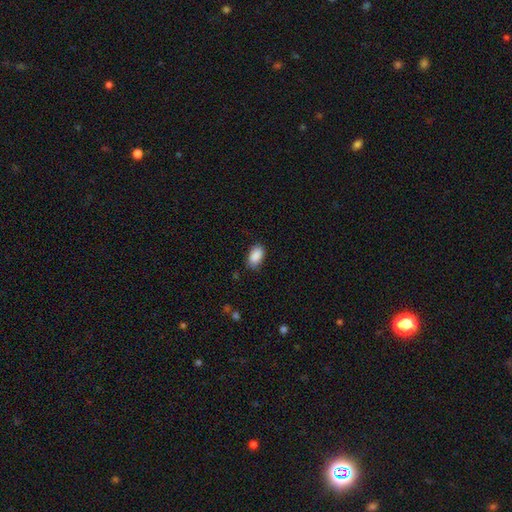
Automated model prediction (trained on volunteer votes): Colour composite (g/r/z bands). It shows a smooth galaxy with no disk features (89%) that is in between round and cigar-shaped (92%). Merging: none (79%).